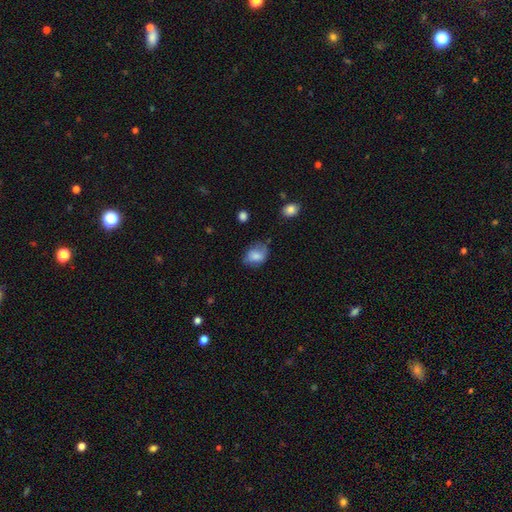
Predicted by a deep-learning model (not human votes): Smooth or featured?
  - smooth: 77% *
  - featured or disk: 14%
  - star or artifact: 9%
How rounded?
  - in between: 63% *
  - round: 35%
  - cigar-shaped: 1%
Merging?
  - none: 57% *
  - minor disturbance: 30%
  - major disturbance: 10%
  - merger: 3%